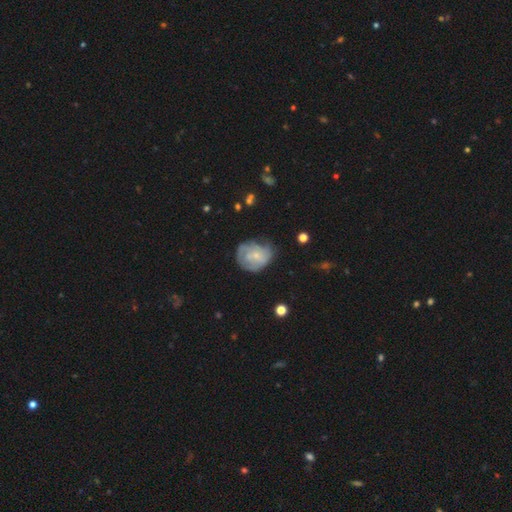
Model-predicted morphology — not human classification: Overall: featured or disk (51%; smooth 41%). Edge-on disk: no (97%). Bar: no (74%). Spiral arms: yes (59%; no 41%). Bulge size: small (72%). Merging: none (48%; minor disturbance 32%).